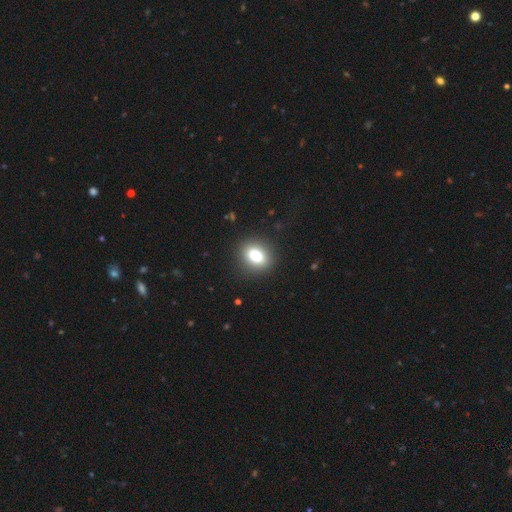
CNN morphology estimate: This appears to be a smooth galaxy with no disk features (77%) that is round (52%). Merging: none (90%).